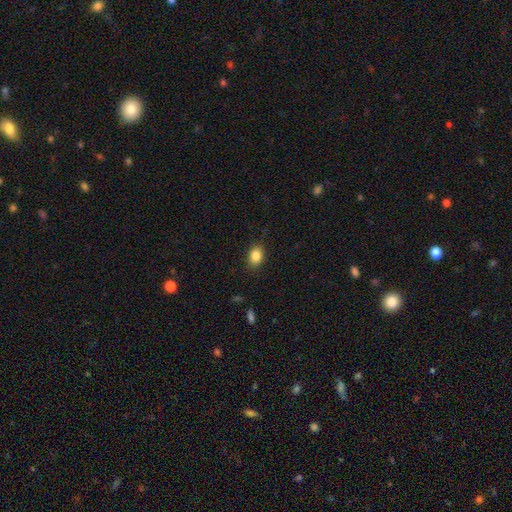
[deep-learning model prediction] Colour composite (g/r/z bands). It shows a smooth galaxy with no disk features (85%) that is in between round and cigar-shaped (73%). Merging: none (84%).